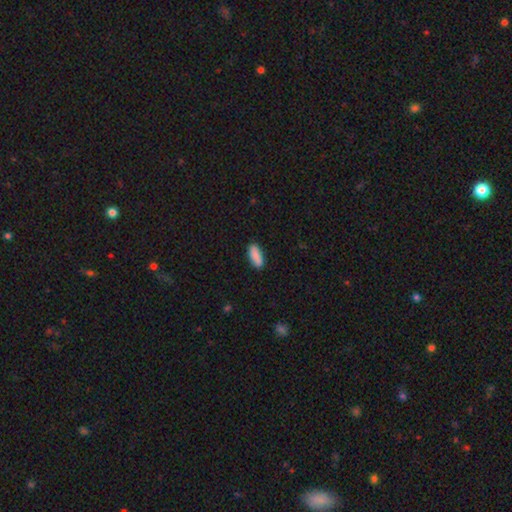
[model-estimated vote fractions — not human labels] This is clearly a smooth galaxy (88%). How rounded: likely in between (77%). Merging: clearly none (85%).